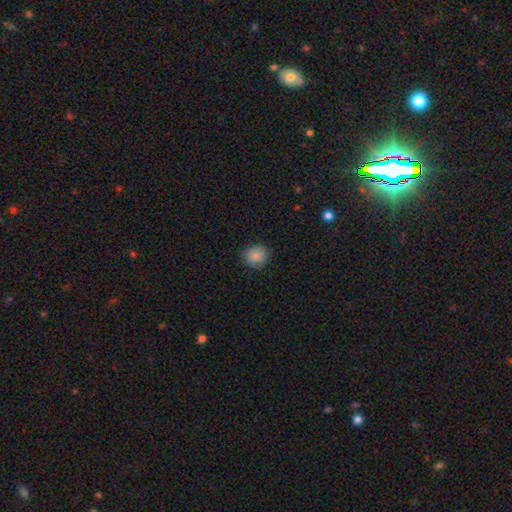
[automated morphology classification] The model was most divided on "how rounded": round: 86%, in between: 13%, cigar-shaped: 1%. More confident: merging — none (86%); smooth or featured — smooth (86%).